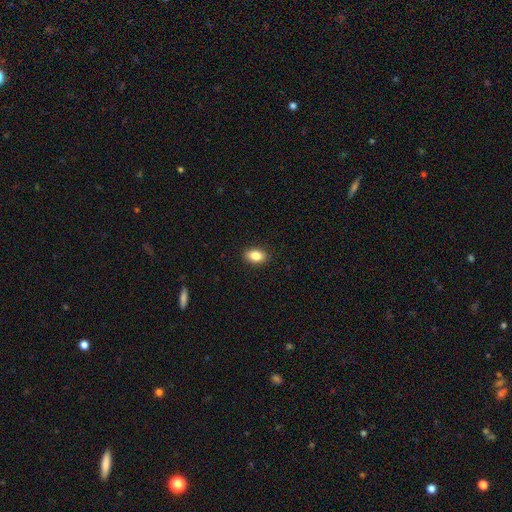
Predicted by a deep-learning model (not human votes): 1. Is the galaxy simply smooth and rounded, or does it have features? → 85% smooth, 8% star or artifact, 7% featured or disk.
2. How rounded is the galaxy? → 86% in between, 12% round, 2% cigar-shaped.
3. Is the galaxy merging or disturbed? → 90% none, 7% minor disturbance, 2% major disturbance, 1% merger.